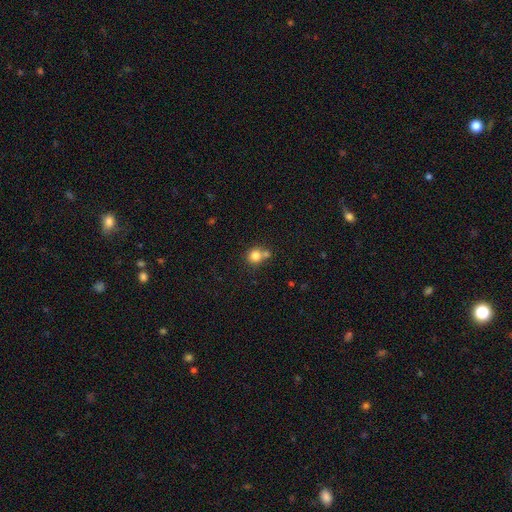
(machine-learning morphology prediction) Smooth or featured?
  - smooth: 81% *
  - star or artifact: 11%
  - featured or disk: 8%
How rounded?
  - round: 88% *
  - in between: 11%
  - cigar-shaped: 1%
Merging?
  - none: 54% *
  - merger: 34%
  - minor disturbance: 9%
  - major disturbance: 3%